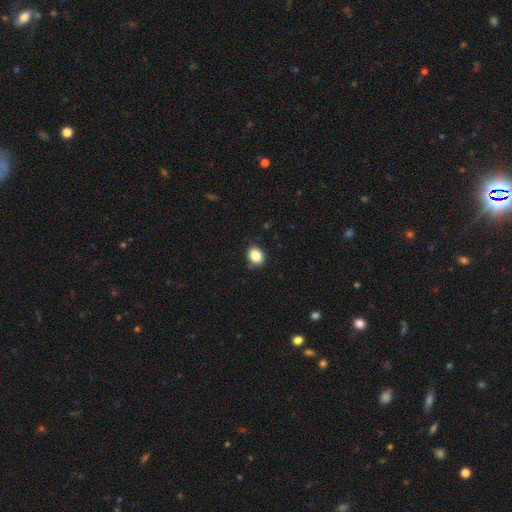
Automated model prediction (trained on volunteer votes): Smooth or featured?
  - smooth: 86% *
  - star or artifact: 9%
  - featured or disk: 4%
How rounded?
  - round: 53% *
  - in between: 46%
  - cigar-shaped: 1%
Merging?
  - none: 86% *
  - minor disturbance: 11%
  - major disturbance: 2%
  - merger: 1%